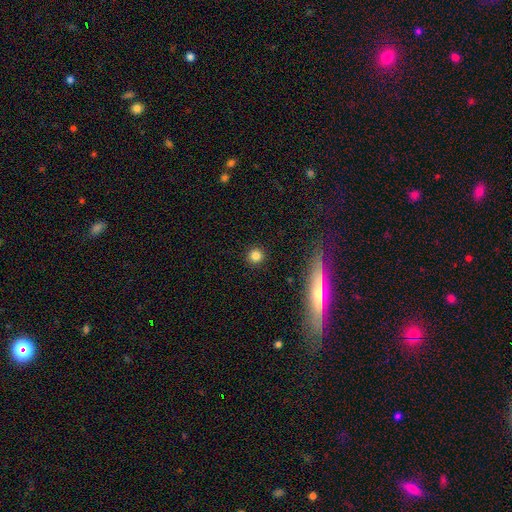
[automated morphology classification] smooth 82%, star or artifact 12%, featured or disk 6%. Down the decision tree: how rounded — round (94%); merging — none (92%).